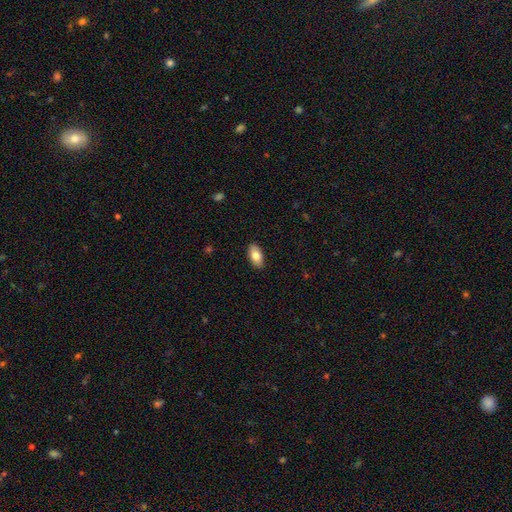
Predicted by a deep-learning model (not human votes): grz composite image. It shows a smooth galaxy with no disk features (79%) that is in between round and cigar-shaped (93%). Merging: none (89%).